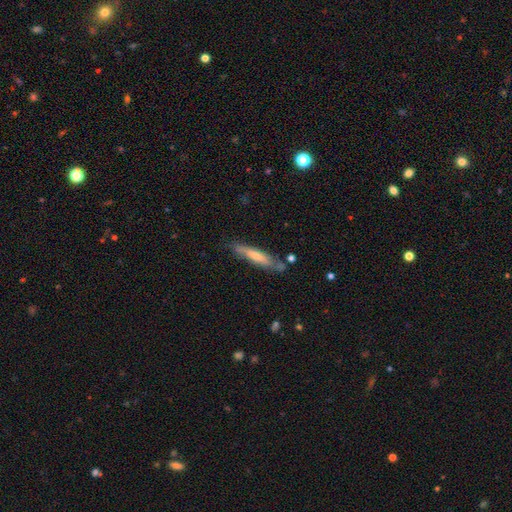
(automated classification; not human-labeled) A smooth galaxy with no disk features (54%) that is cigar-shaped (86%).

Vote fractions:
- Smooth or featured? smooth: 54% / featured or disk: 40% / star or artifact: 6%
- How rounded? cigar-shaped: 86% / in between: 13% / round: 1%
- Merging? none: 70% / minor disturbance: 20% / merger: 5% / major disturbance: 5%